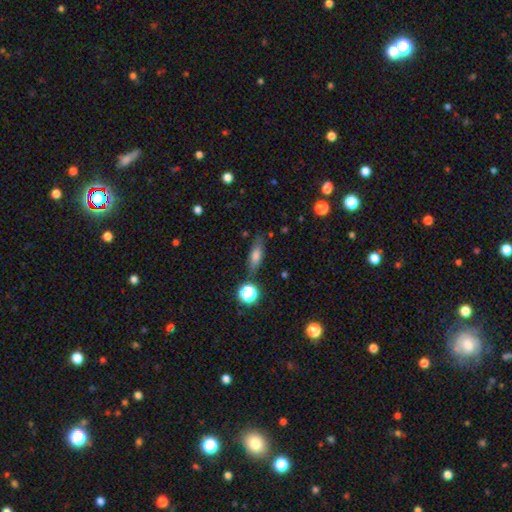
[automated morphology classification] This is likely a smooth galaxy (68%). How rounded: possibly in between (60%). Merging: likely none (75%).